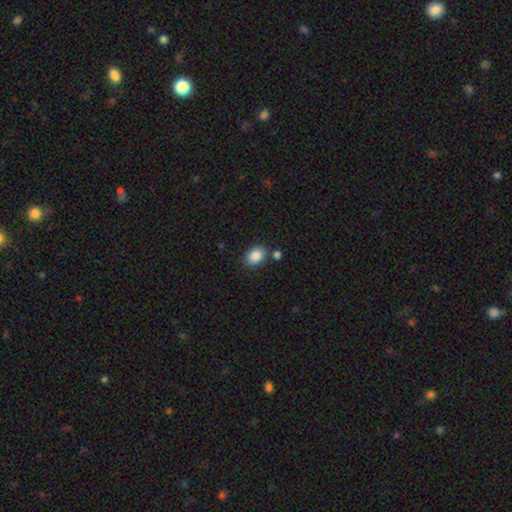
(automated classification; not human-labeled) Morphology: type=smooth (86%); roundness=in between (71%); merging=none (76%).